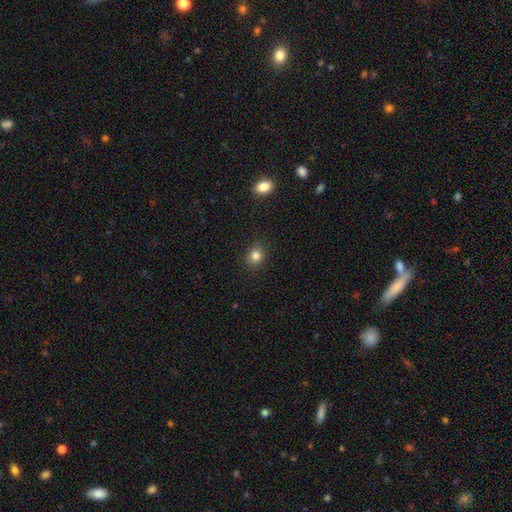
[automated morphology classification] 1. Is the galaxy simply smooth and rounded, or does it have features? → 82% smooth, 12% star or artifact, 6% featured or disk.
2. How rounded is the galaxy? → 74% round, 25% in between, 1% cigar-shaped.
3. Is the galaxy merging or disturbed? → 89% none, 8% minor disturbance, 2% major disturbance, 1% merger.